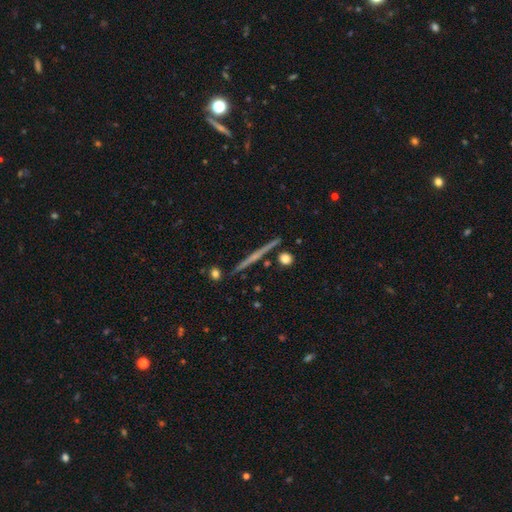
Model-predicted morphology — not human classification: A featured or disk galaxy (67%) viewed edge-on (98%) with no central bulge (68%). Merging: none (90%).